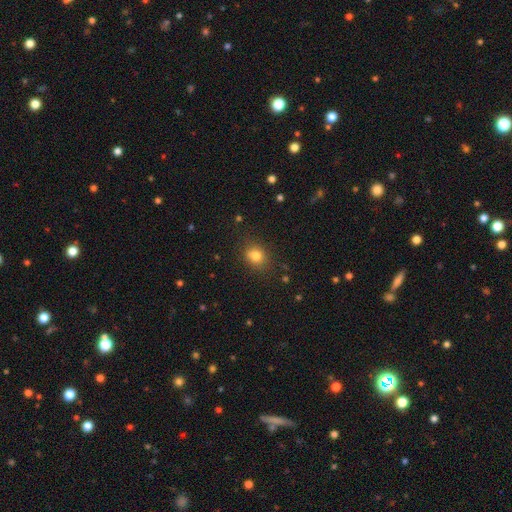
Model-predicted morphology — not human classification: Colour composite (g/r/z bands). It shows a smooth galaxy with no disk features (79%) that is round (64%). Merging: none (79%).